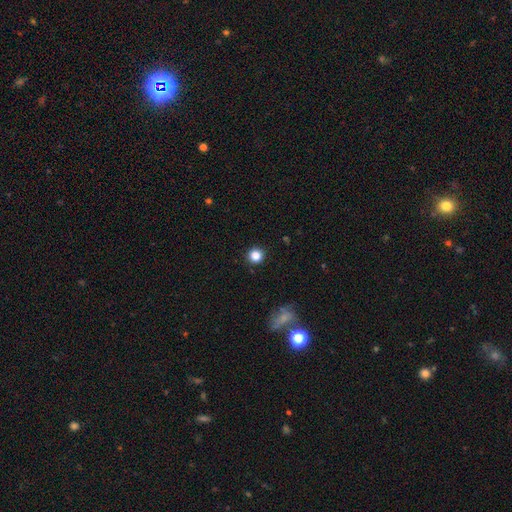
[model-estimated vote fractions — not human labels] This appears to be a smooth galaxy with no disk features (85%) that is round (94%). Merging: none (92%).